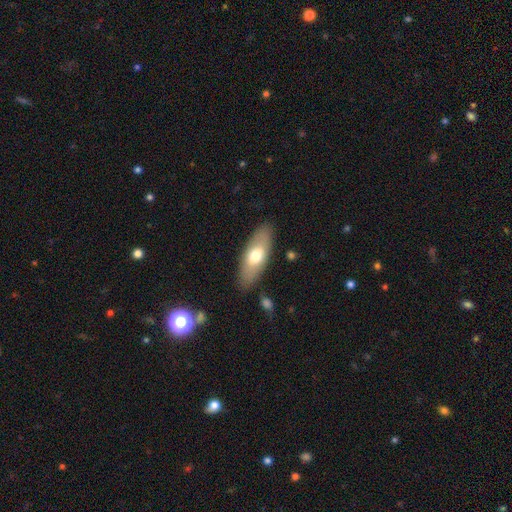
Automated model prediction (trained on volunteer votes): smooth 65%, featured or disk 29%, star or artifact 6%. Down the decision tree: how rounded — in between (74%); merging — none (85%).